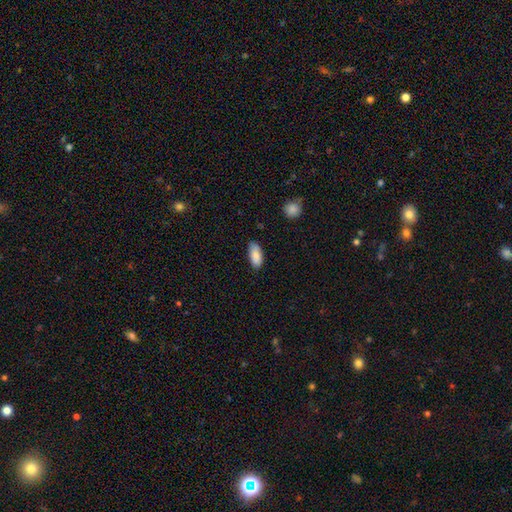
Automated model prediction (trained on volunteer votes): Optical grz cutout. It shows a smooth galaxy with no disk features (87%) that is in between round and cigar-shaped (88%). Merging: none (81%).